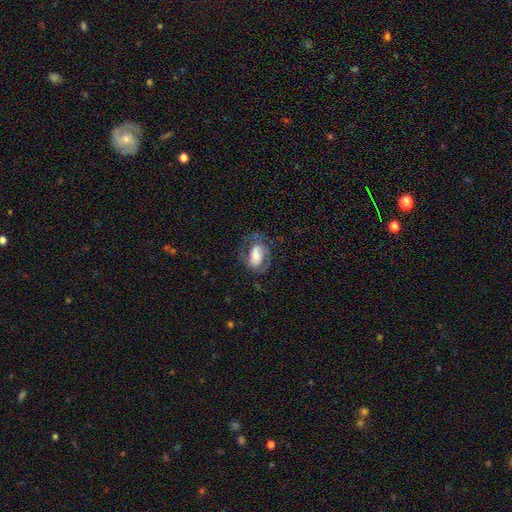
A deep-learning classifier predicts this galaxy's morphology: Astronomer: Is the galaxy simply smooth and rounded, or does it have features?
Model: featured or disk — 61%.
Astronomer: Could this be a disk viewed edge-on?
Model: no — 95%.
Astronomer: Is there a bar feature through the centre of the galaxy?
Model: weak — 36% (runner-up: no, 35%).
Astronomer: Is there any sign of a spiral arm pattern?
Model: yes — 78%.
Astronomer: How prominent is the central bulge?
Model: moderate — 48% (runner-up: small, 27%).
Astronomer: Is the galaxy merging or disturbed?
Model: none — 59%.